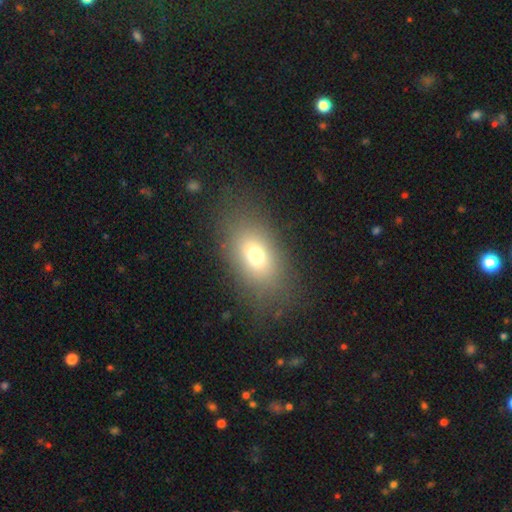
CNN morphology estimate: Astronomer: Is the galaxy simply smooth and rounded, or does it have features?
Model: smooth — 69%.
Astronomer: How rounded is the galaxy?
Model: in between — 77%.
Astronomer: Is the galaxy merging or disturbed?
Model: none — 76%.